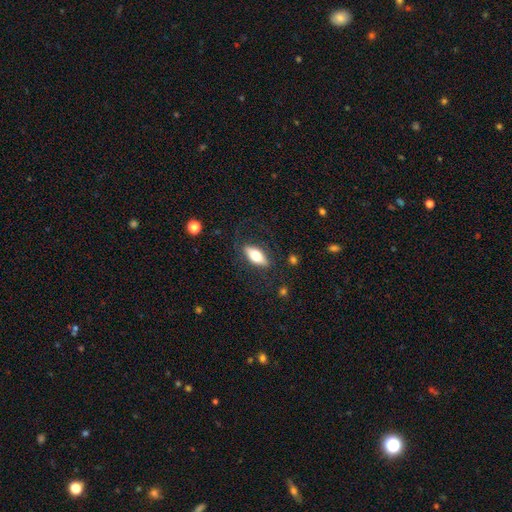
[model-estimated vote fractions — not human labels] A smooth galaxy with no disk features (67%) that is in between round and cigar-shaped (77%). Merging: none (80%).